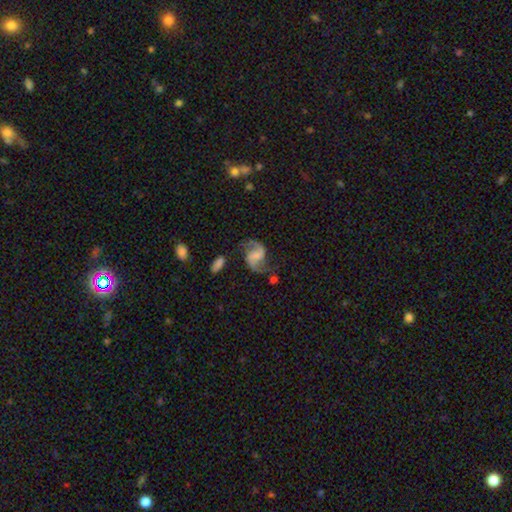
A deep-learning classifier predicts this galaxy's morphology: The model was most divided on "spiral winding": loose: 47%, medium: 44%, tight: 9%. Remaining: edge-on disk — no (98%); spiral arms — yes (97%); spiral arm count — 2 (93%); smooth or featured — featured or disk (86%); merging — none (67%); bar — weak (46%); bulge size — small (38%).